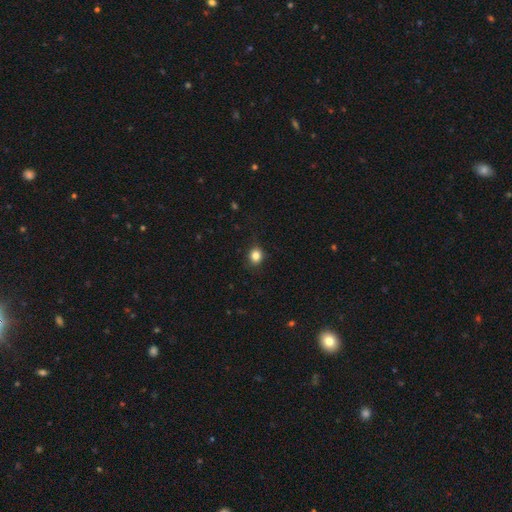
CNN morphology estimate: smooth_or_featured: smooth (p=0.84) [alt: star or artifact p=0.11]
how_rounded: round (p=0.71) [alt: in between p=0.28]
merging: none (p=0.85) [alt: minor disturbance p=0.12]